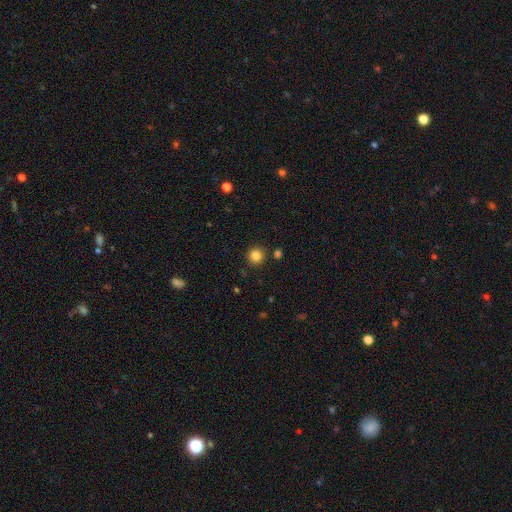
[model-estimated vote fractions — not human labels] Overall: smooth (84%). How rounded: round (93%). Merging: none (89%).